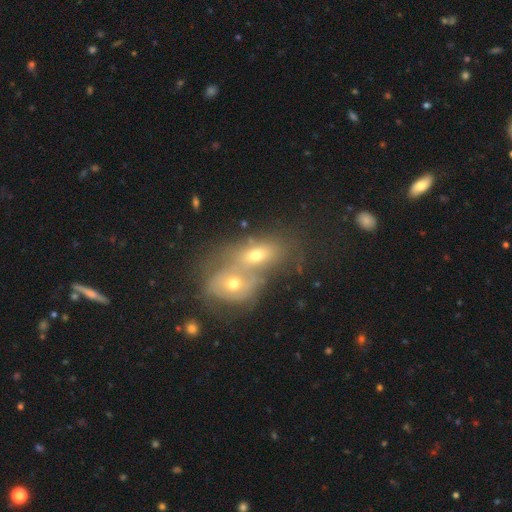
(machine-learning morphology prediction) Smooth or featured? smooth (53%)
How rounded? in between (70%)
Merging? merger (74%)